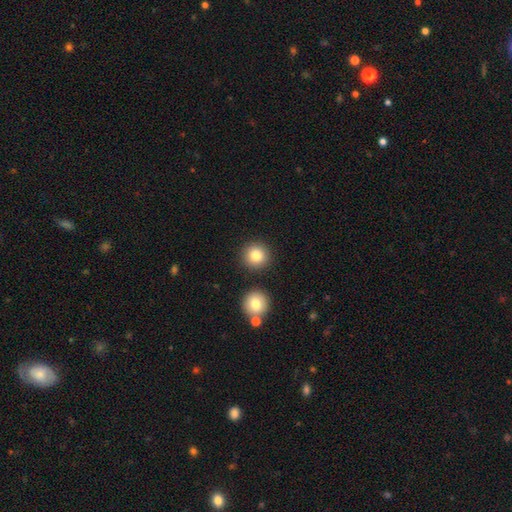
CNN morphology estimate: Smooth or featured: smooth — 81% (star or artifact — 11%)
How rounded: round — 94% (in between — 5%)
Merging: none — 86% (minor disturbance — 6%)